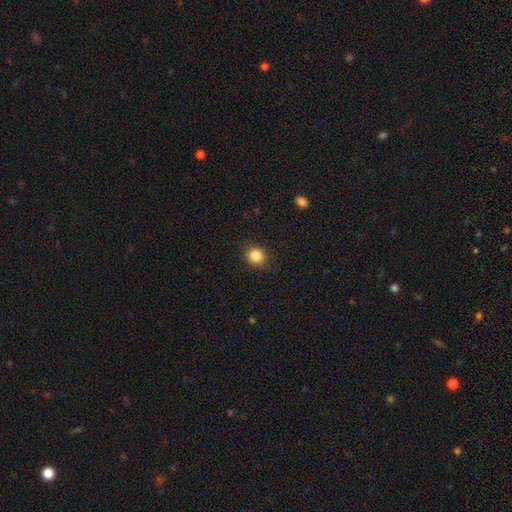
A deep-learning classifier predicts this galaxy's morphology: Smooth or featured? smooth (86%)
How rounded? round (80%)
Merging? none (90%)